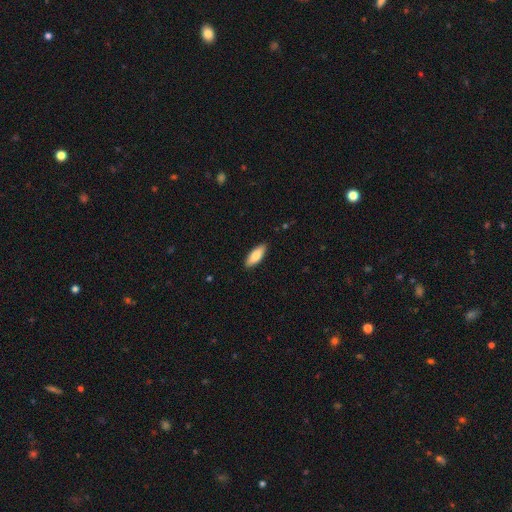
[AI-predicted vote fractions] This appears to be a smooth galaxy with no disk features (81%) that is in between round and cigar-shaped (72%). Merging: none (89%).